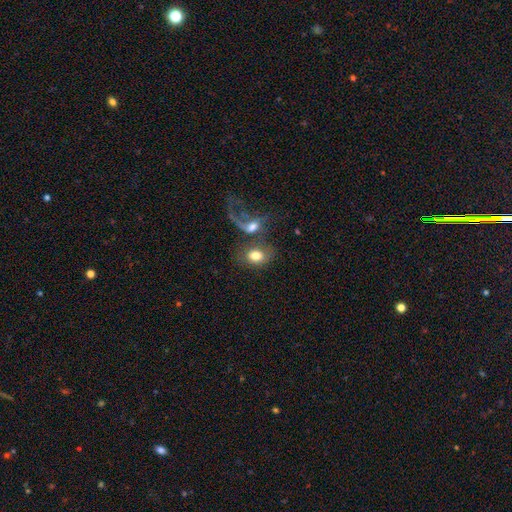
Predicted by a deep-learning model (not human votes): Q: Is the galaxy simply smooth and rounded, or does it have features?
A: smooth — 70%.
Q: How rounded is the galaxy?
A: in between — 70%.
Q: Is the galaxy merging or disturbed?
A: merger — 46%.